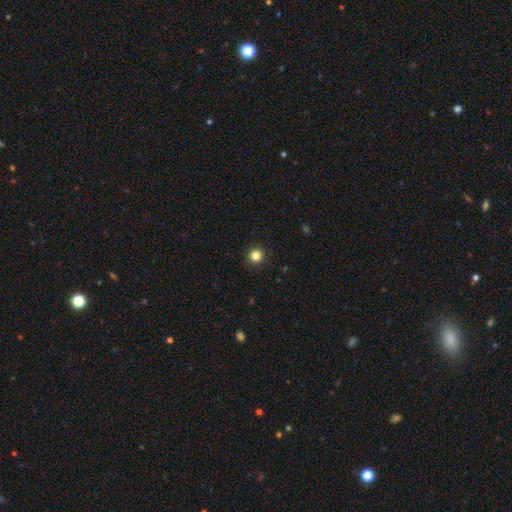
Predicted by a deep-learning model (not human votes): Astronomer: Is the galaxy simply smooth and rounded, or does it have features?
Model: smooth — 84%.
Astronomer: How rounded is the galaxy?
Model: round — 95%.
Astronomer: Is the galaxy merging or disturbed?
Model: none — 93%.